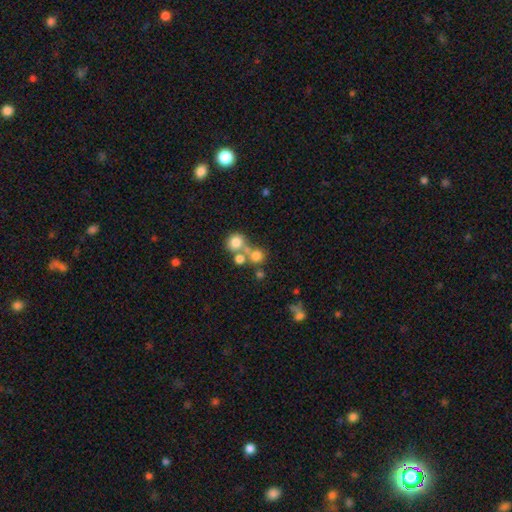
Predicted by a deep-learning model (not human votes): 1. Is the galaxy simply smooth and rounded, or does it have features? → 70% smooth, 16% star or artifact, 14% featured or disk.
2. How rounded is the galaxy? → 86% round, 13% in between, 1% cigar-shaped.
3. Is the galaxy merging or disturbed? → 47% none, 40% merger, 7% minor disturbance, 5% major disturbance.